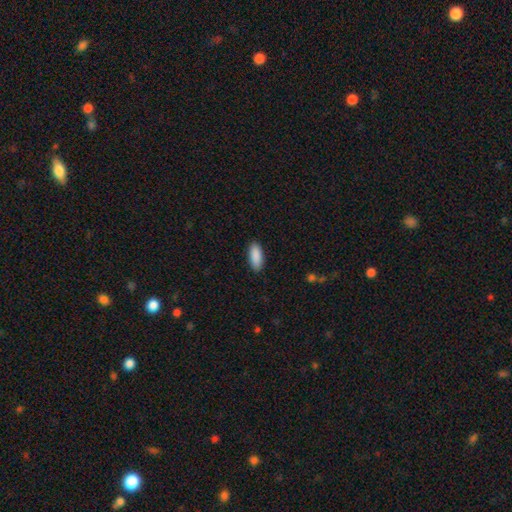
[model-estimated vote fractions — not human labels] Smooth or featured?
  - smooth: 91% *
  - star or artifact: 6%
  - featured or disk: 3%
How rounded?
  - in between: 84% *
  - cigar-shaped: 15%
  - round: 2%
Merging?
  - none: 89% *
  - minor disturbance: 8%
  - major disturbance: 2%
  - merger: 1%